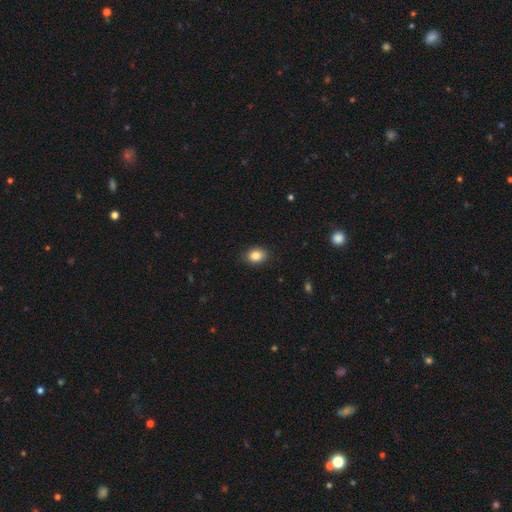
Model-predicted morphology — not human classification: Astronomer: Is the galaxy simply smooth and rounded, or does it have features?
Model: smooth — 85%.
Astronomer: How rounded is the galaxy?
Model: in between — 65%.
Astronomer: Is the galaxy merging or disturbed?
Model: none — 88%.